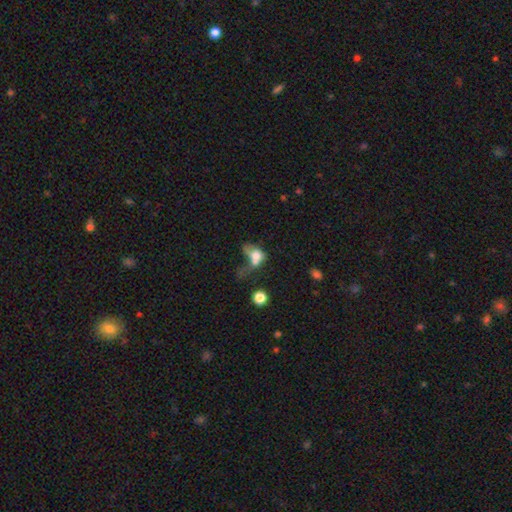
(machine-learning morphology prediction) This appears to be a smooth galaxy with no disk features (62%) that is in between round and cigar-shaped (62%). Merging: merger (41%).